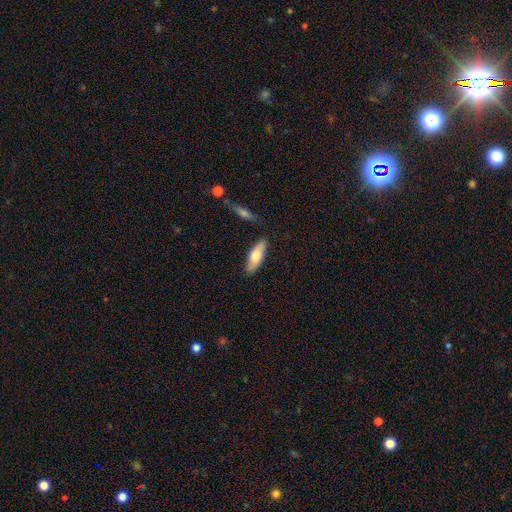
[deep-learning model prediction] smooth-or-featured: smooth: 69% | featured or disk: 25% | star or artifact: 6%
  how-rounded: in between: 56% | cigar-shaped: 42% | round: 2%
  merging: none: 83% | minor disturbance: 12% | merger: 3% | major disturbance: 2%